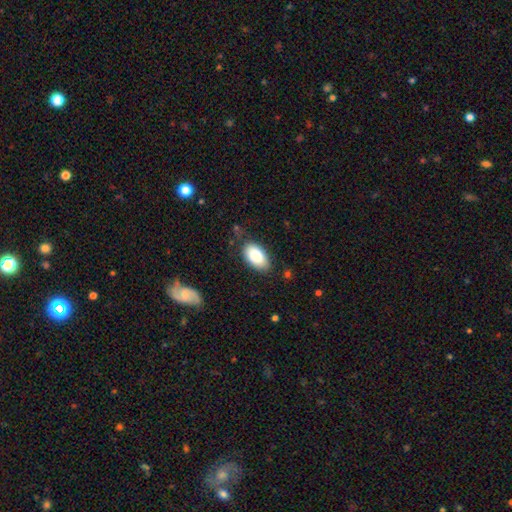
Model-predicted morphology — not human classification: Overall: smooth (87%). How rounded: in between (95%). Merging: none (77%).